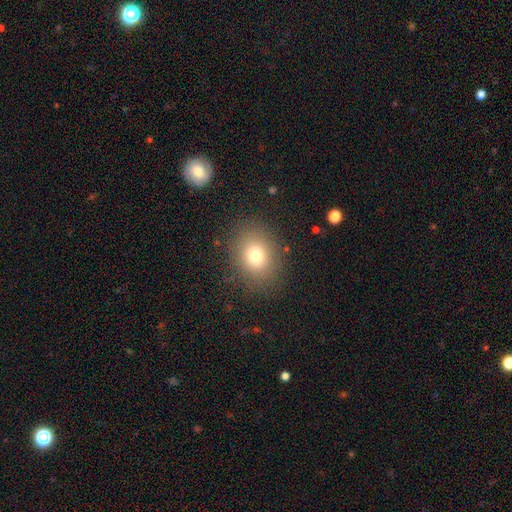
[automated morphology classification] This is likely a smooth galaxy (75%). How rounded: possibly in between (51%). Merging: clearly none (85%).